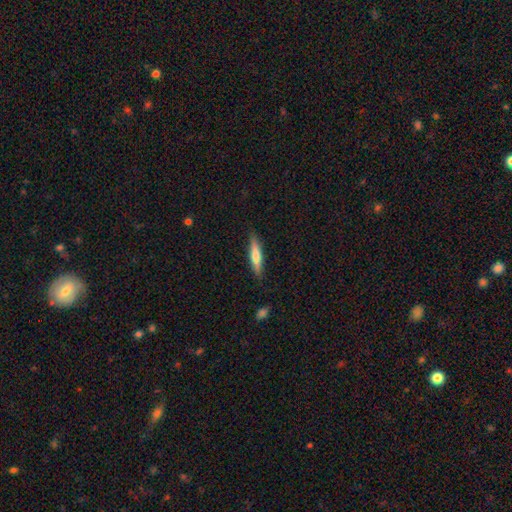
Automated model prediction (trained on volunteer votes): smooth 65%, featured or disk 30%, star or artifact 6%. Down the decision tree: how rounded — cigar-shaped (84%); merging — none (85%).